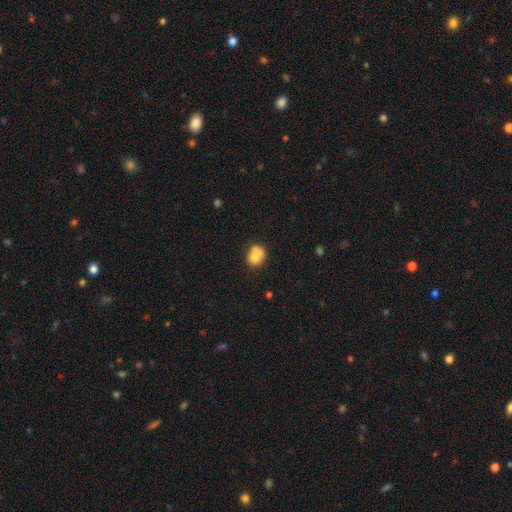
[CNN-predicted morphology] A smooth galaxy with no disk features (73%) that is round (60%). Merging: none (44%).